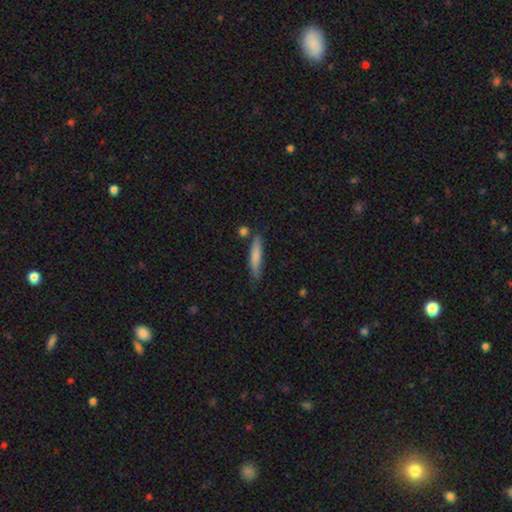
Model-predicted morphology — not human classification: Smooth or featured? Predicted: smooth (p=0.76). How rounded? Predicted: cigar-shaped (p=0.86). Merging? Predicted: none (p=0.73).